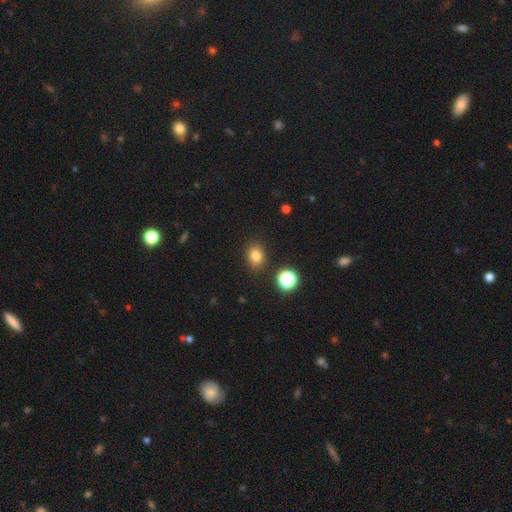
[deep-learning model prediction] Smooth or featured? smooth (79%)
How rounded? in between (50%)
Merging? none (84%)